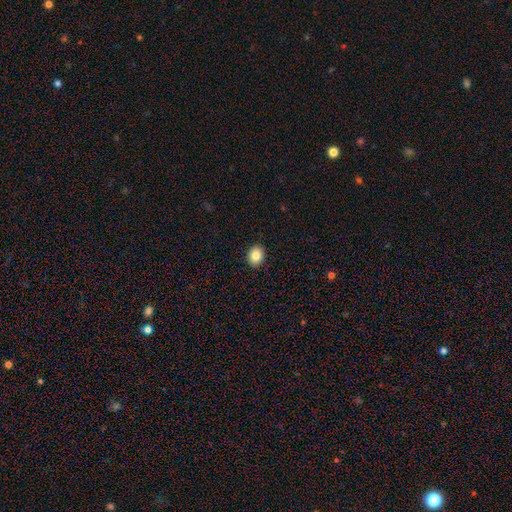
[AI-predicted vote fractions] Smooth or featured? Predicted: smooth (p=0.85). How rounded? Predicted: round (p=0.53). Merging? Predicted: none (p=0.91).